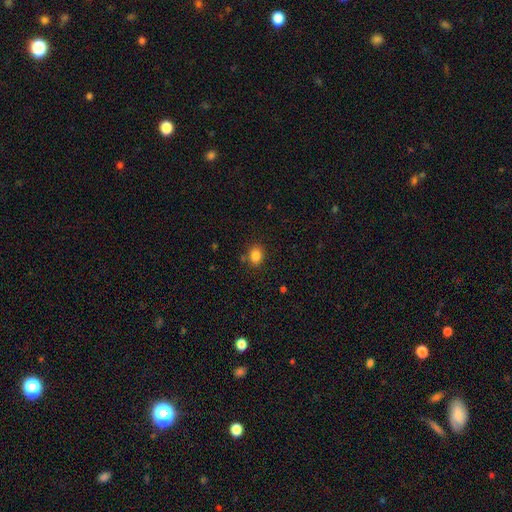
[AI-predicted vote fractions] Smooth or featured? Predicted: smooth (p=0.83). How rounded? Predicted: round (p=0.54). Merging? Predicted: none (p=0.83).